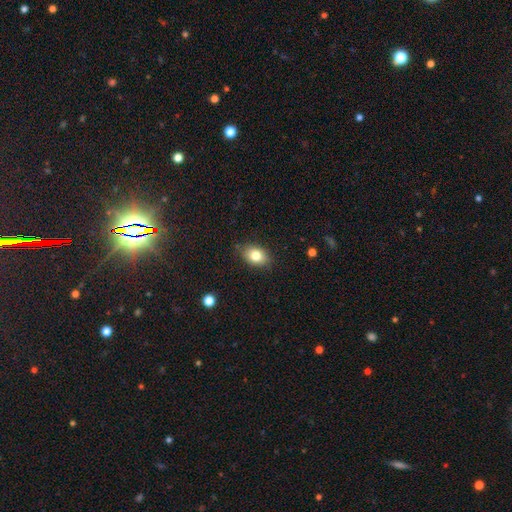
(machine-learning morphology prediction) This appears to be a smooth galaxy with no disk features (80%) that is in between round and cigar-shaped (79%). Merging: none (83%).